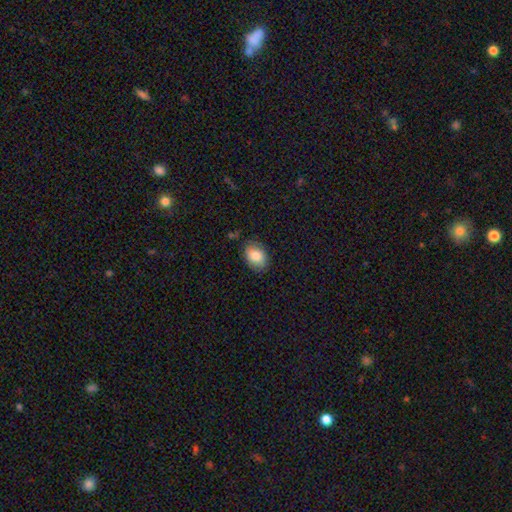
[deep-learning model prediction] smooth-or-featured: smooth: 82% | featured or disk: 11% | star or artifact: 7%
  how-rounded: in between: 81% | round: 18% | cigar-shaped: 1%
  merging: none: 82% | minor disturbance: 14% | major disturbance: 3% | merger: 1%